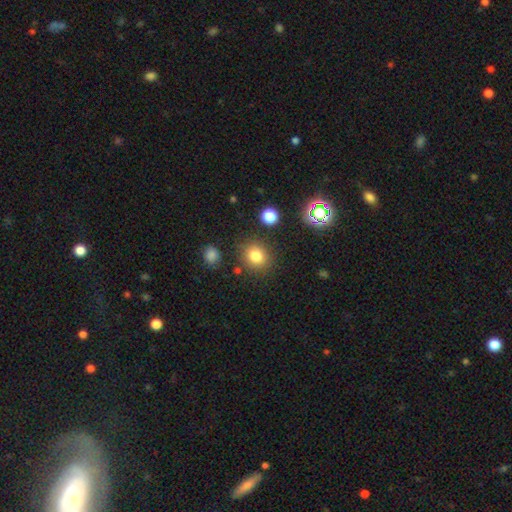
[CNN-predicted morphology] Smooth or featured?
  - smooth: 80% *
  - star or artifact: 13%
  - featured or disk: 7%
How rounded?
  - round: 82% *
  - in between: 17%
  - cigar-shaped: 1%
Merging?
  - none: 83% *
  - minor disturbance: 9%
  - merger: 4%
  - major disturbance: 3%